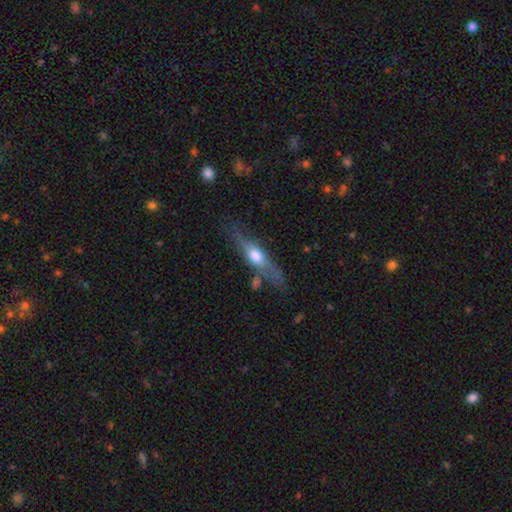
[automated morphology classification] smooth-or-featured: featured or disk: 55% | smooth: 38% | star or artifact: 6%
  disk-edge-on: yes: 80% | no: 20%
  merging: none: 63% | minor disturbance: 21% | major disturbance: 10% | merger: 6%